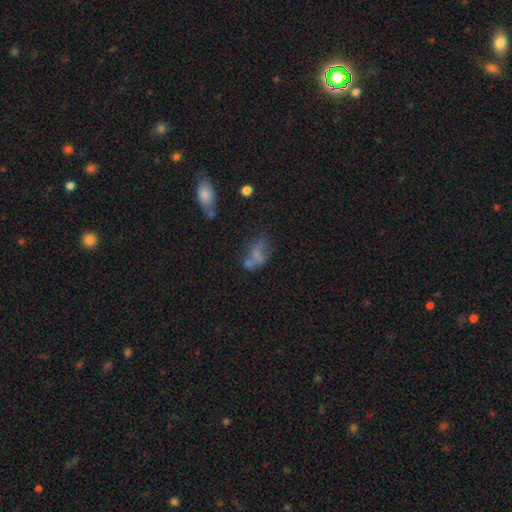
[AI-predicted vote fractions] smooth_or_featured: smooth (p=0.52) [alt: featured or disk p=0.32]
how_rounded: in between (p=0.81) [alt: round p=0.11]
merging: none (p=0.31) [alt: merger p=0.26]